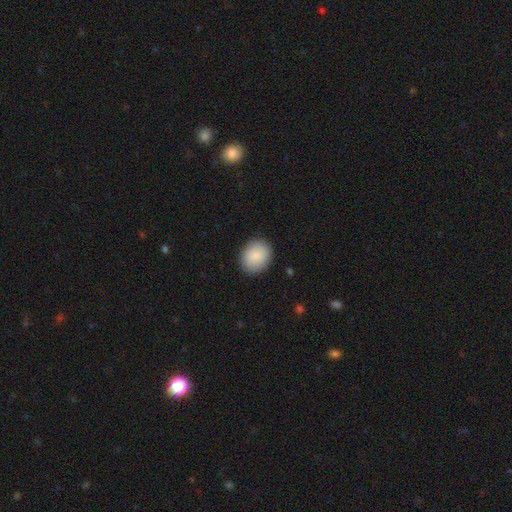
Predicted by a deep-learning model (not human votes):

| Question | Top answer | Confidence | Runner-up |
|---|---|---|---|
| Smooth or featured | smooth | 88% | star or artifact (6%) |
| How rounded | round | 58% | in between (42%) |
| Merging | none | 89% | minor disturbance (8%) |